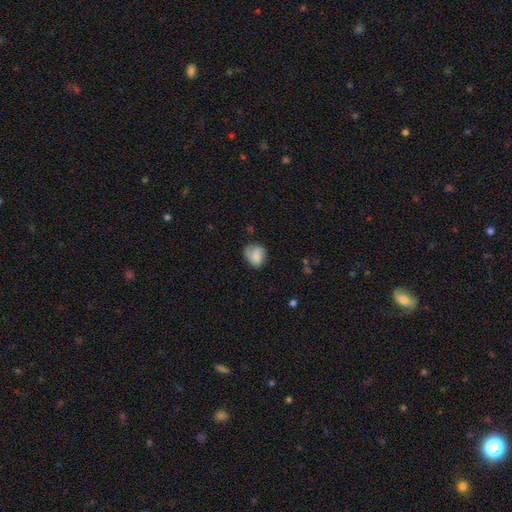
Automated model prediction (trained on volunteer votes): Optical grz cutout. It shows a smooth galaxy with no disk features (69%) that is round (53%). Merging: none (54%).